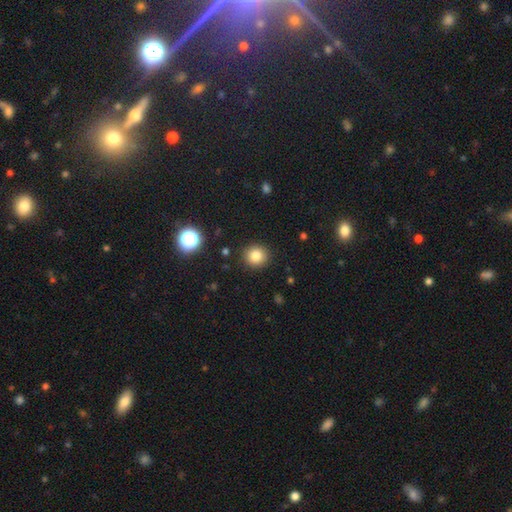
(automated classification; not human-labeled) Smooth or featured?
  - smooth: 82% *
  - star or artifact: 12%
  - featured or disk: 6%
How rounded?
  - round: 90% *
  - in between: 9%
  - cigar-shaped: 1%
Merging?
  - none: 90% *
  - minor disturbance: 6%
  - major disturbance: 2%
  - merger: 1%